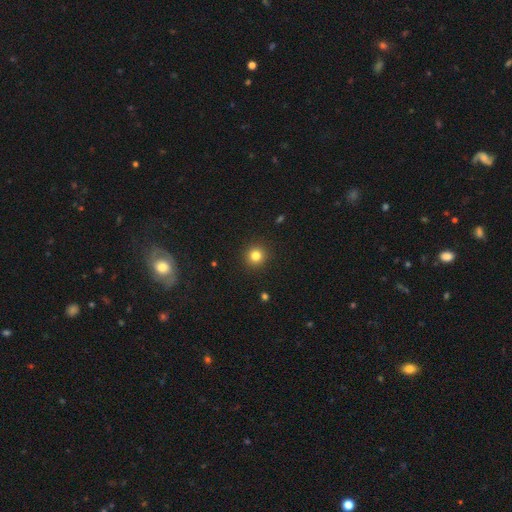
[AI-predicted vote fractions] smooth-or-featured: smooth: 82% | star or artifact: 13% | featured or disk: 5%
  how-rounded: round: 94% | in between: 5% | cigar-shaped: 1%
  merging: none: 92% | minor disturbance: 5% | major disturbance: 2% | merger: 1%